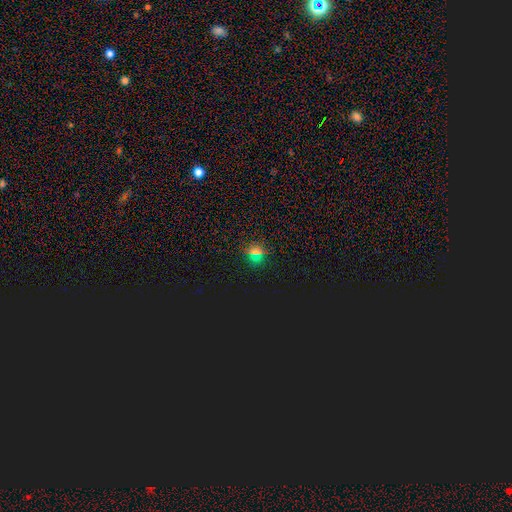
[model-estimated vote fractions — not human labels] Smooth or featured?
  - star or artifact: 47% *
  - smooth: 44%
  - featured or disk: 9%